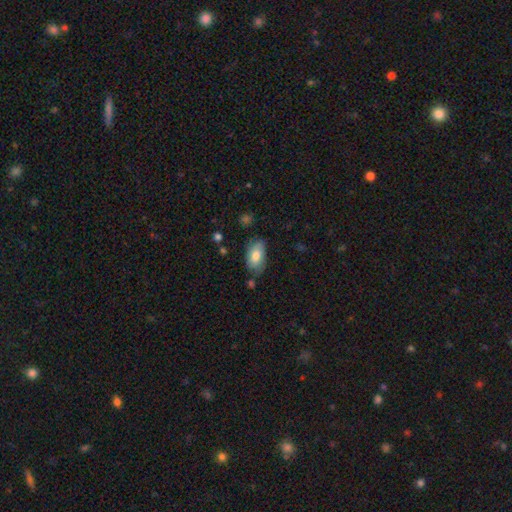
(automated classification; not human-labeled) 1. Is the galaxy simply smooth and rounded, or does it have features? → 78% smooth, 15% featured or disk, 6% star or artifact.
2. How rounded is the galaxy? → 93% in between, 5% round, 2% cigar-shaped.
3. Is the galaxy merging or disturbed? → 69% none, 23% minor disturbance, 5% major disturbance, 3% merger.